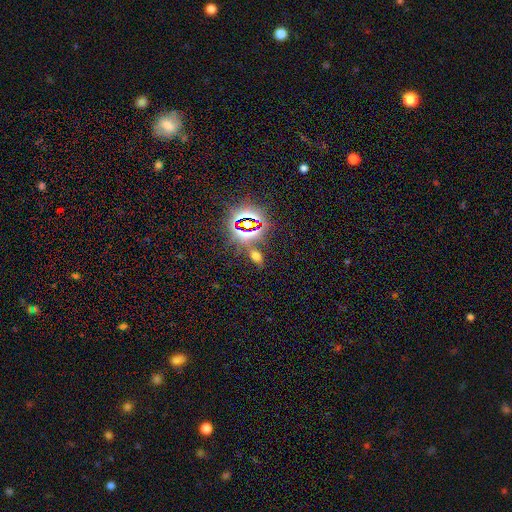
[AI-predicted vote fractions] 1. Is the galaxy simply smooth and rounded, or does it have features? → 48% star or artifact, 42% smooth, 10% featured or disk.